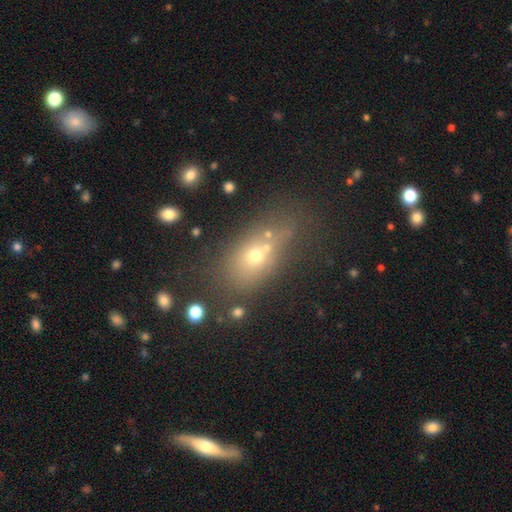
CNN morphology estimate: Smooth or featured? smooth (56%)
How rounded? in between (61%)
Merging? none (52%)